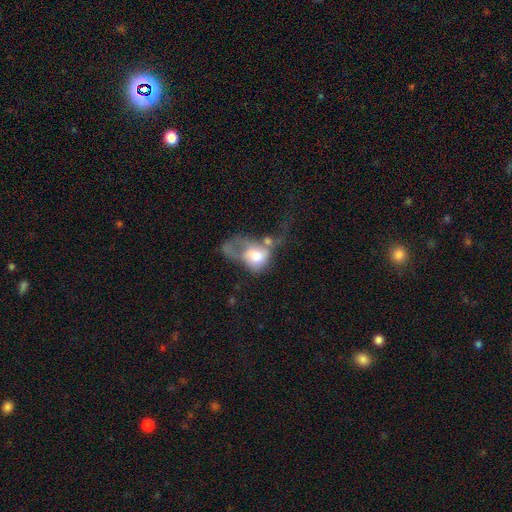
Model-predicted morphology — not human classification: smooth 58%, featured or disk 34%, star or artifact 8%. Down the decision tree: how rounded — in between (66%); merging — major disturbance (53%).